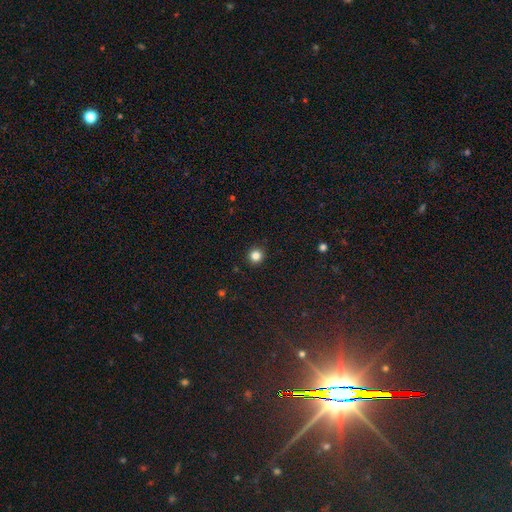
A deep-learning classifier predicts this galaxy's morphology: Smooth or featured?
  - smooth: 83% *
  - star or artifact: 12%
  - featured or disk: 4%
How rounded?
  - round: 94% *
  - in between: 5%
  - cigar-shaped: 1%
Merging?
  - none: 92% *
  - minor disturbance: 5%
  - major disturbance: 2%
  - merger: 1%